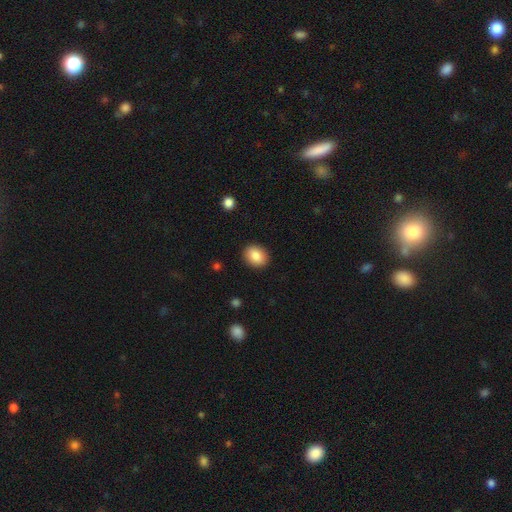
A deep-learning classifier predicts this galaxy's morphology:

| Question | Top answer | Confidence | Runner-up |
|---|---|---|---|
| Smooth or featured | smooth | 86% | star or artifact (8%) |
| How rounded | in between | 50% | round (49%) |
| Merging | none | 90% | minor disturbance (7%) |